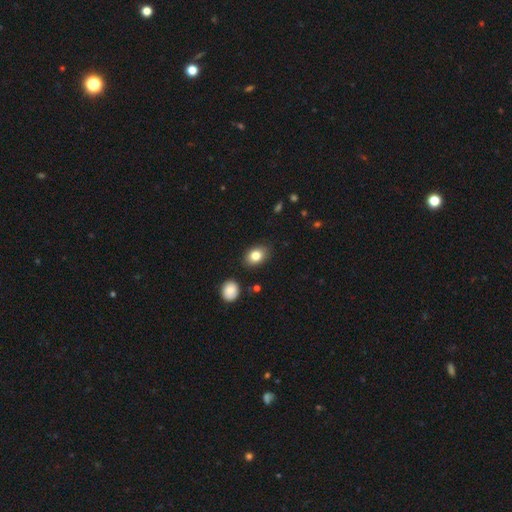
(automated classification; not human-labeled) This is clearly a smooth galaxy (81%). How rounded: likely in between (75%). Merging: clearly none (85%).